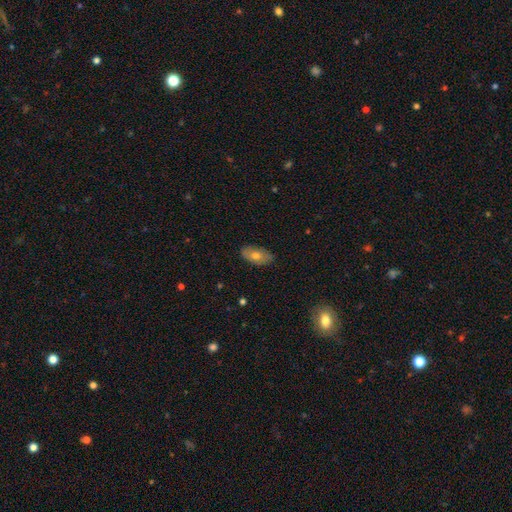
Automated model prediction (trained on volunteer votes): This is likely a smooth galaxy (65%). How rounded: clearly in between (91%). Merging: clearly none (84%).